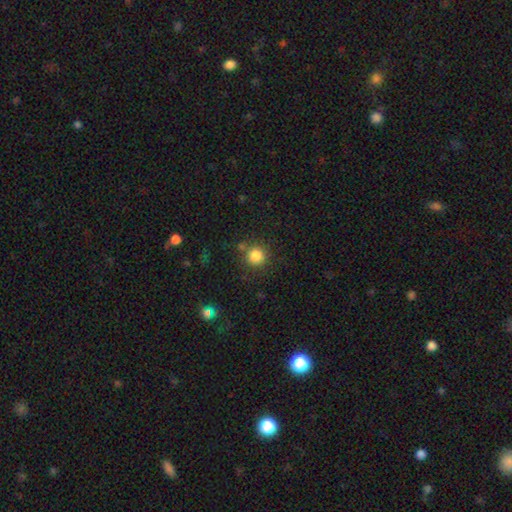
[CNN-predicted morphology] smooth_or_featured: smooth (p=0.84) [alt: star or artifact p=0.11]
how_rounded: round (p=0.94) [alt: in between p=0.05]
merging: none (p=0.80) [alt: minor disturbance p=0.09]